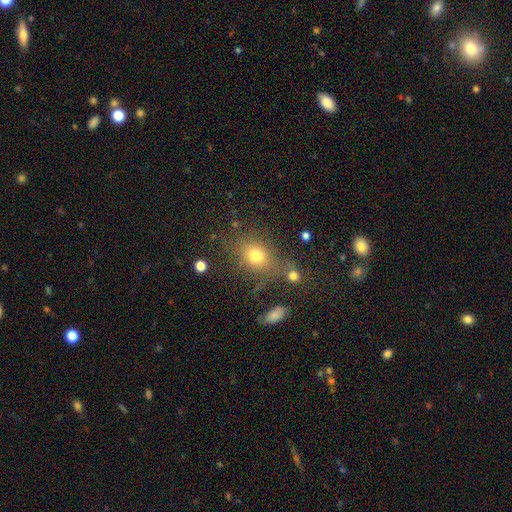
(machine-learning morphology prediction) Smooth or featured? Predicted: smooth (p=0.71). How rounded? Predicted: in between (p=0.53). Merging? Predicted: none (p=0.66).